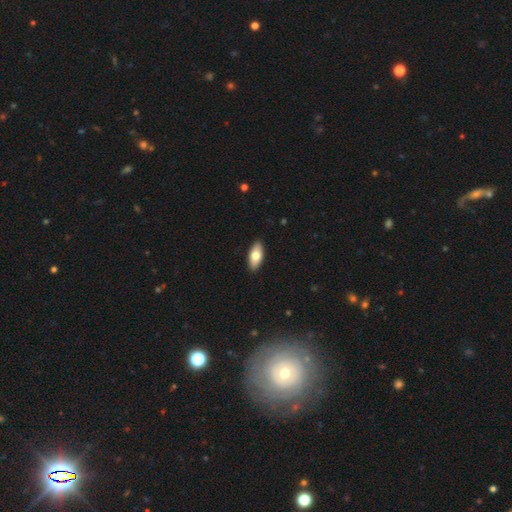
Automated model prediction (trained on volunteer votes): Smooth or featured? smooth (75%)
How rounded? in between (85%)
Merging? none (91%)